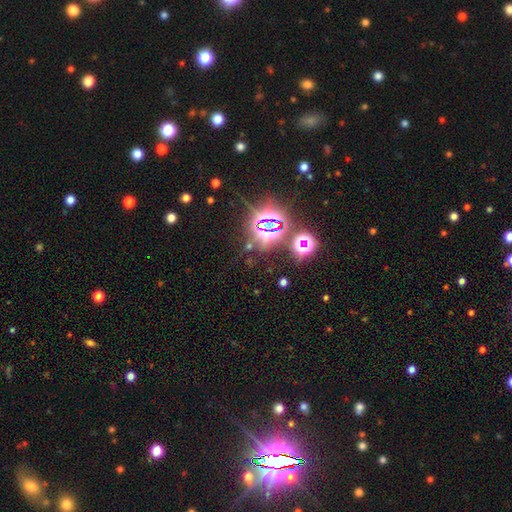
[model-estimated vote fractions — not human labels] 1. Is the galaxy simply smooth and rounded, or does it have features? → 83% star or artifact, 10% smooth, 7% featured or disk.